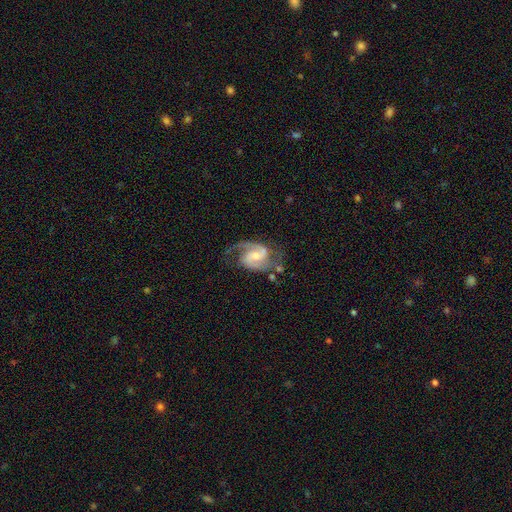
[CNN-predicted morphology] Smooth or featured? Predicted: featured or disk (p=0.90). Edge-on disk? Predicted: no (p=0.98). Bar? Predicted: weak (p=0.51). Spiral arms? Predicted: yes (p=0.98). Spiral winding? Predicted: medium (p=0.59). Spiral arm count? Predicted: 2 (p=0.91). Bulge size? Predicted: moderate (p=0.47). Merging? Predicted: none (p=0.67).